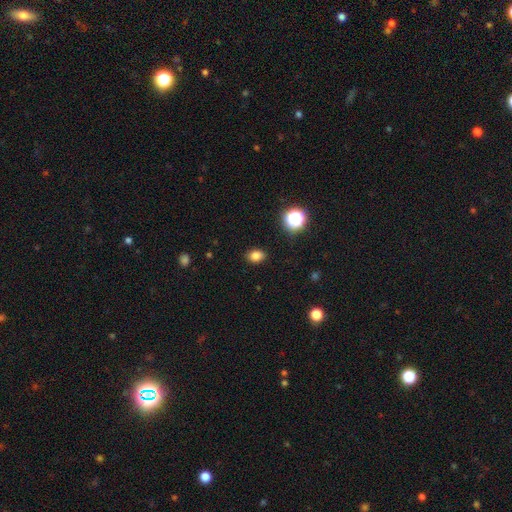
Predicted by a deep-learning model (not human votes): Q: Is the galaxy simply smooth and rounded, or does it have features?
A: smooth — 81%.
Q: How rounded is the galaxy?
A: in between — 69%.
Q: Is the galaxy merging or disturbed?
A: none — 87%.